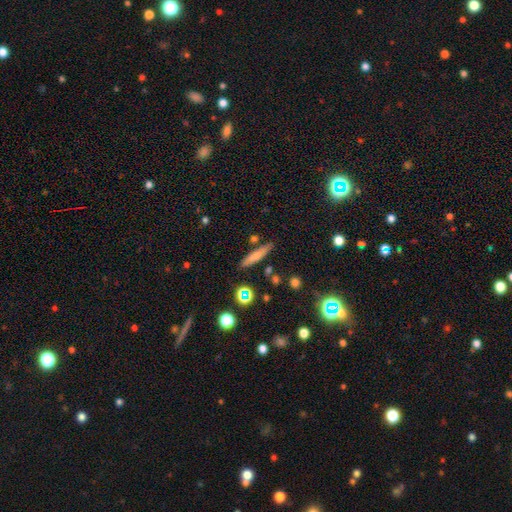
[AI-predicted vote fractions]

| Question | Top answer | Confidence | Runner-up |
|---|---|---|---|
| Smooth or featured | smooth | 67% | featured or disk (23%) |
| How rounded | cigar-shaped | 85% | in between (13%) |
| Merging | none | 81% | minor disturbance (11%) |